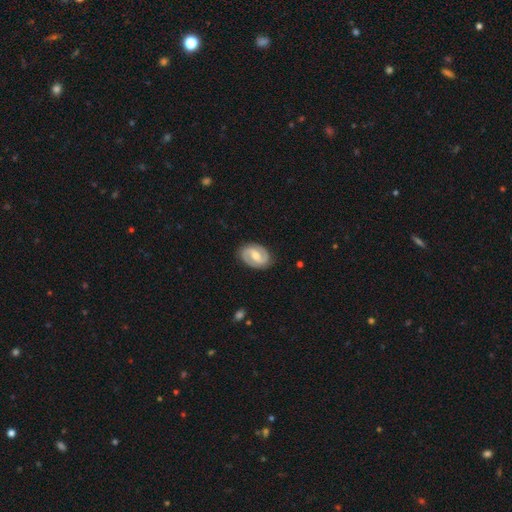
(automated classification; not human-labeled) Smooth or featured? Predicted: featured or disk (p=0.84). Edge-on disk? Predicted: no (p=0.97). Bar? Predicted: weak (p=0.49). Spiral arms? Predicted: yes (p=0.95). Spiral winding? Predicted: medium (p=0.47). Spiral arm count? Predicted: 2 (p=0.92). Bulge size? Predicted: moderate (p=0.64). Merging? Predicted: none (p=0.87).